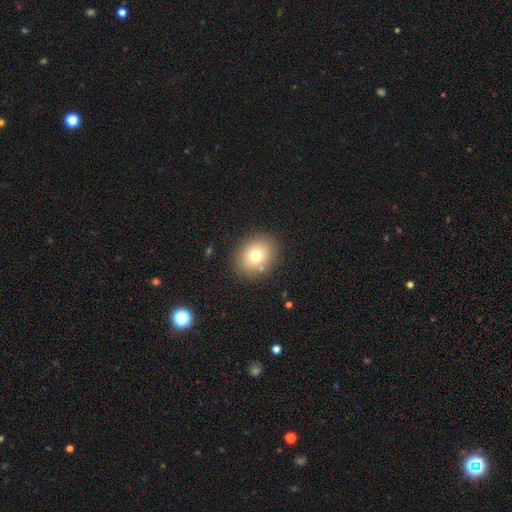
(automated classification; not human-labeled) This is likely a smooth galaxy (75%). How rounded: possibly round (54%). Merging: clearly none (85%).